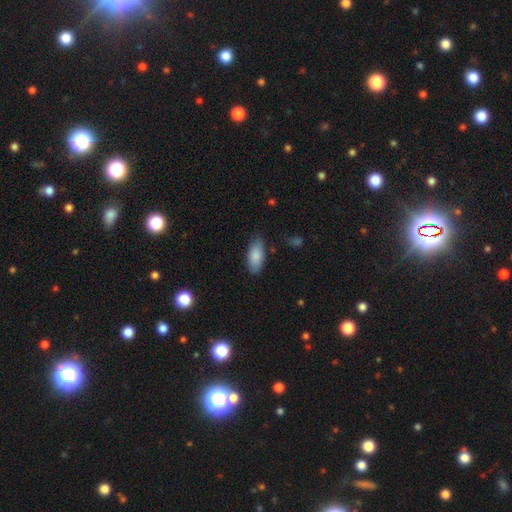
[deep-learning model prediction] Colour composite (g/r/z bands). It shows a smooth galaxy with no disk features (86%) that is in between round and cigar-shaped (87%). Merging: none (81%).